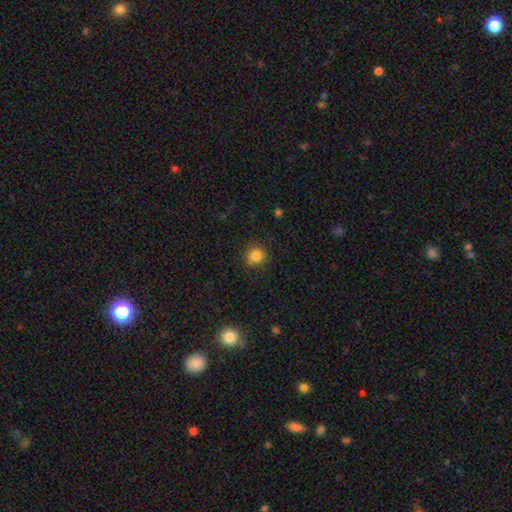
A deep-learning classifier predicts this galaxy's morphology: type=smooth (84%); roundness=round (86%); merging=none (86%).